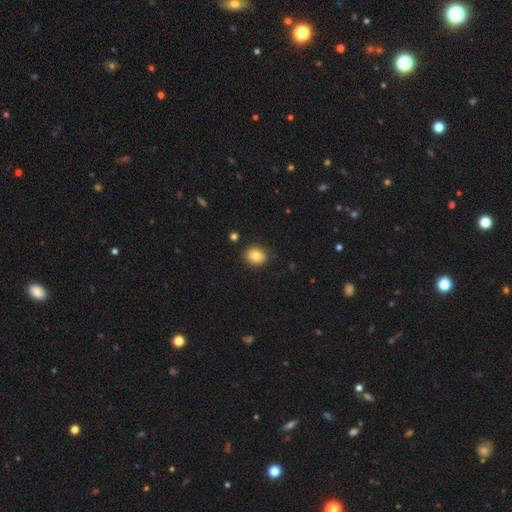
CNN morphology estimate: smooth 82%, star or artifact 10%, featured or disk 9%. Down the decision tree: how rounded — round (65%); merging — none (88%).